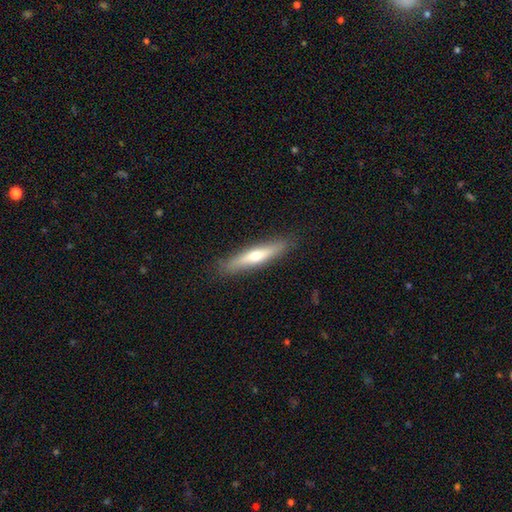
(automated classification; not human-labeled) A smooth galaxy with no disk features (49%).

Vote fractions:
- Smooth or featured? smooth: 49% / featured or disk: 45% / star or artifact: 6%
- Merging? none: 89% / minor disturbance: 8% / major disturbance: 2% / merger: 1%